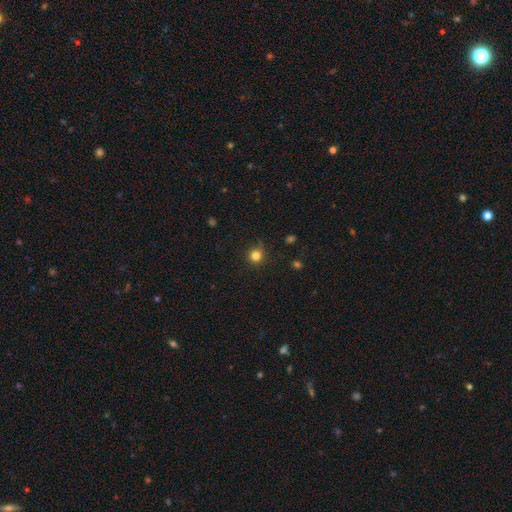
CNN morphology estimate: smooth 81%, star or artifact 14%, featured or disk 5%. Down the decision tree: how rounded — round (92%); merging — none (79%).